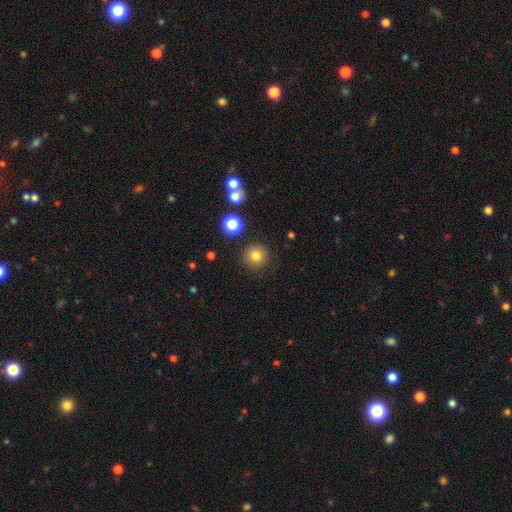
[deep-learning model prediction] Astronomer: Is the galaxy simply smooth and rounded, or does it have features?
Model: smooth — 80%.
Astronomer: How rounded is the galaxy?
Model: round — 95%.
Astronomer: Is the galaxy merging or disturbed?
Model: none — 90%.